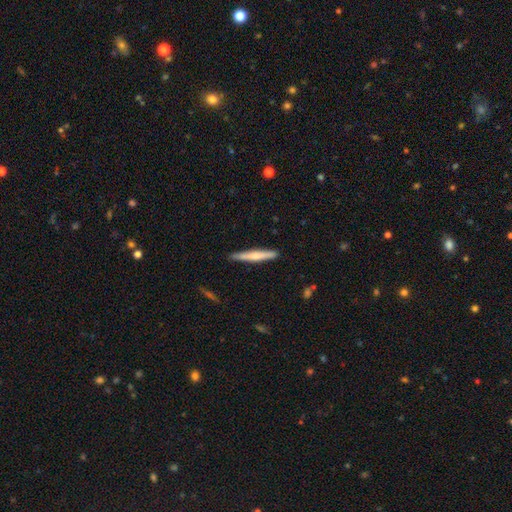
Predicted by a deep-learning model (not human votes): smooth-or-featured: smooth: 56% | featured or disk: 39% | star or artifact: 5%
  how-rounded: cigar-shaped: 95% | in between: 4% | round: 1%
  merging: none: 87% | minor disturbance: 10% | major disturbance: 2% | merger: 1%